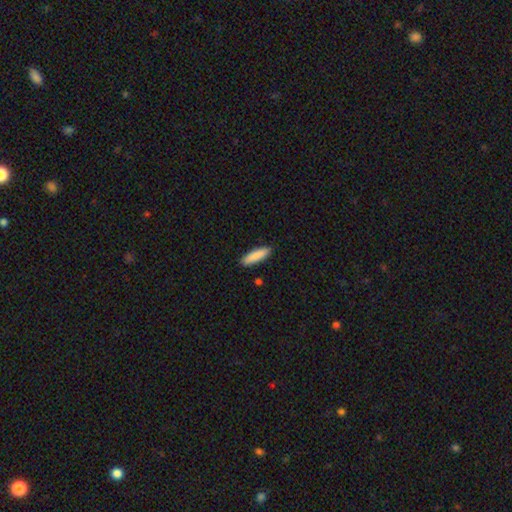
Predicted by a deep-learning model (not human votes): A smooth galaxy with no disk features (88%) that is cigar-shaped (66%).

Vote fractions:
- Smooth or featured? smooth: 88% / featured or disk: 6% / star or artifact: 6%
- How rounded? cigar-shaped: 66% / in between: 32% / round: 1%
- Merging? none: 89% / minor disturbance: 8% / major disturbance: 2% / merger: 1%